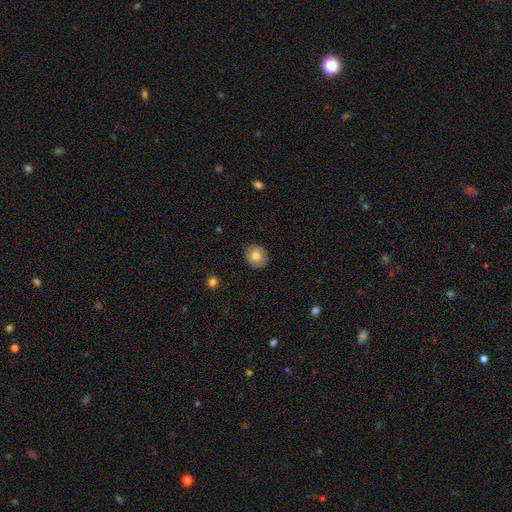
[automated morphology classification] Overall: smooth (75%). How rounded: round (76%). Merging: none (83%).